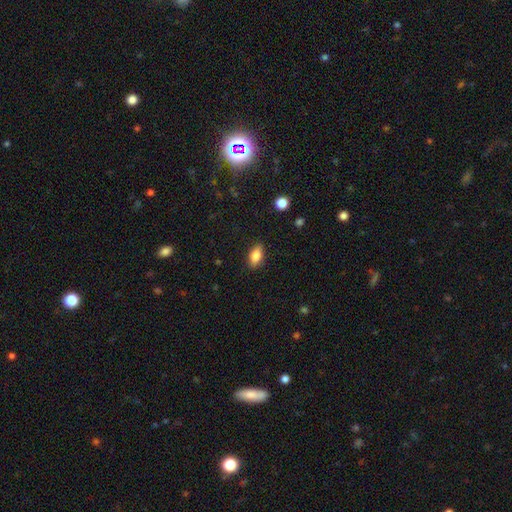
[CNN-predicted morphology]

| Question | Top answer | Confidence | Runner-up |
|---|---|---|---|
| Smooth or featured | smooth | 83% | featured or disk (9%) |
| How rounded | in between | 89% | cigar-shaped (6%) |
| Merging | none | 87% | minor disturbance (10%) |